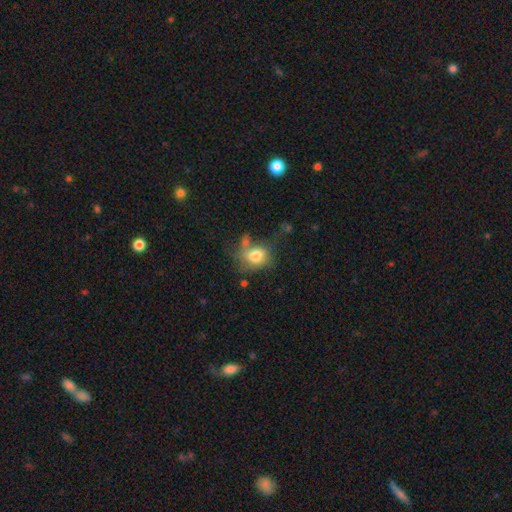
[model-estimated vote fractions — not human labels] smooth_or_featured: smooth (p=0.74) [alt: featured or disk p=0.16]
how_rounded: in between (p=0.58) [alt: round p=0.41]
merging: none (p=0.40) [alt: minor disturbance p=0.24]